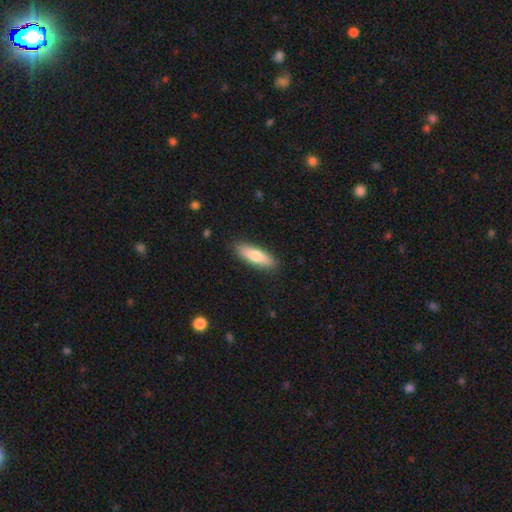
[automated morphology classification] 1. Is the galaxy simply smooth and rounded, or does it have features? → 74% smooth, 20% featured or disk, 6% star or artifact.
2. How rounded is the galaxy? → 54% in between, 44% cigar-shaped, 2% round.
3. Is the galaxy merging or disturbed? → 88% none, 9% minor disturbance, 2% major disturbance, 1% merger.